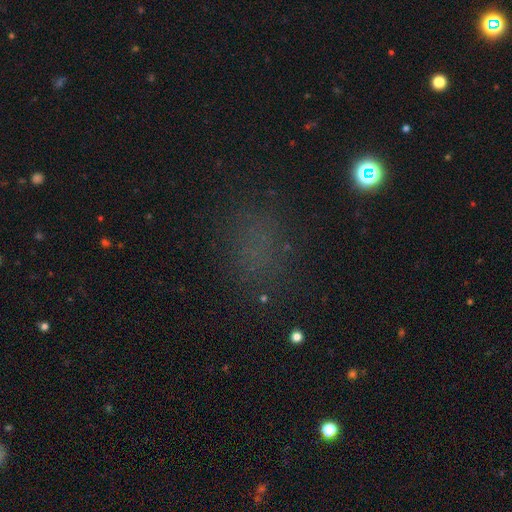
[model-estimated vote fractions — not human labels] The model was most divided on "smooth or featured": smooth: 47%, star or artifact: 39%, featured or disk: 14%. More confident: merging — none (69%).